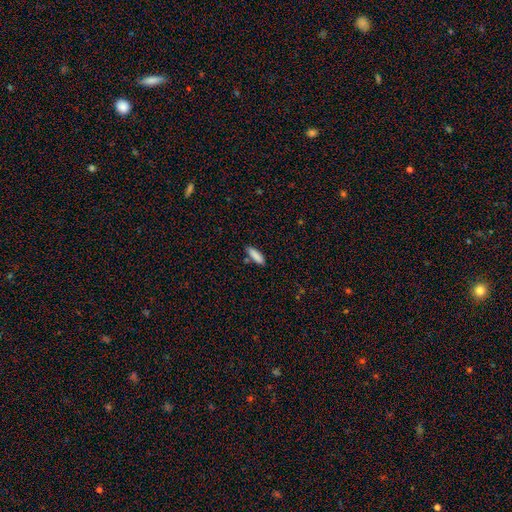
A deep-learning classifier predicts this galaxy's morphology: Smooth or featured: smooth — 87% (star or artifact — 7%)
How rounded: cigar-shaped — 52% (in between — 47%)
Merging: none — 81% (minor disturbance — 12%)